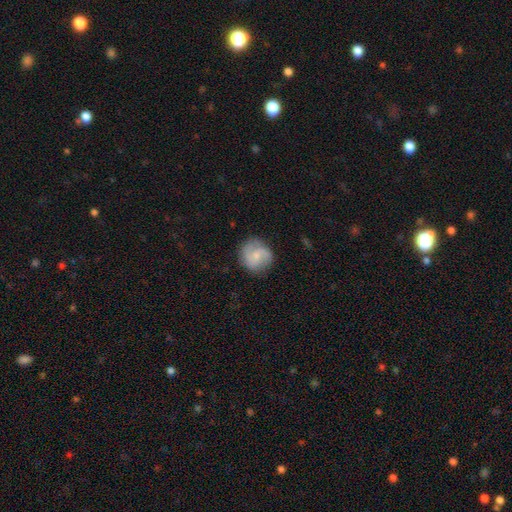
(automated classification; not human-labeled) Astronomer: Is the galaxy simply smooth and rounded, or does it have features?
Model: featured or disk — 58% (runner-up: smooth, 35%).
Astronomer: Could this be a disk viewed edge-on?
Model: no — 98%.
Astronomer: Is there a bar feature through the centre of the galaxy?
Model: no — 55% (runner-up: weak, 39%).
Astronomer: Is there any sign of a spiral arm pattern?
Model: yes — 91%.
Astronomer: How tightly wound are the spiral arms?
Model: medium — 47% (runner-up: tight, 29%).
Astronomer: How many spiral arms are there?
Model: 2 — 76%.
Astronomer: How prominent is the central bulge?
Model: small — 59%.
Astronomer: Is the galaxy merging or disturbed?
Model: none — 79%.